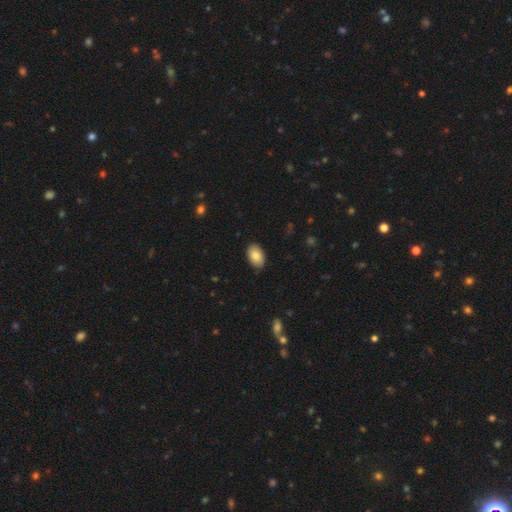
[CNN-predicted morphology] smooth 86%, featured or disk 7%, star or artifact 7%. Down the decision tree: how rounded — in between (92%); merging — none (87%).